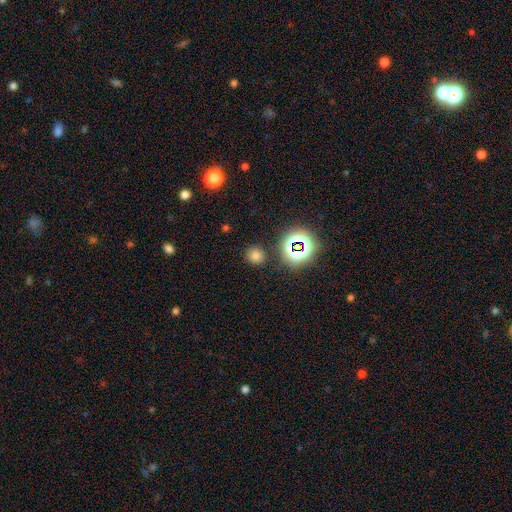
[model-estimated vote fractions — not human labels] A smooth galaxy with no disk features (70%) that is round (84%). Merging: none (85%).